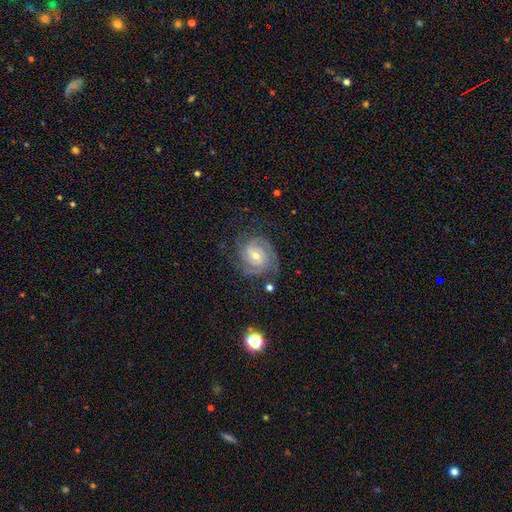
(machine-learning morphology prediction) featured or disk 88%, smooth 7%, star or artifact 6%. Down the decision tree: edge-on disk — no (98%); bar — weak (49%); spiral arms — yes (97%); spiral arm count — 2 (38%); spiral winding — tight (70%); bulge size — moderate (51%); merging — none (73%).